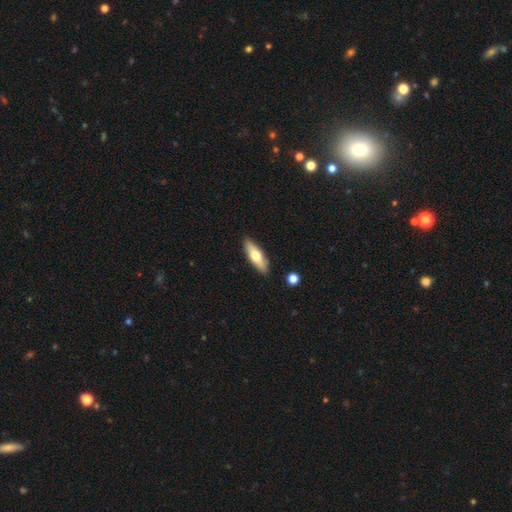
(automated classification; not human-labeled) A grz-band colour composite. It shows a smooth galaxy with no disk features (63%) that is in between round and cigar-shaped (50%). Merging: none (86%).